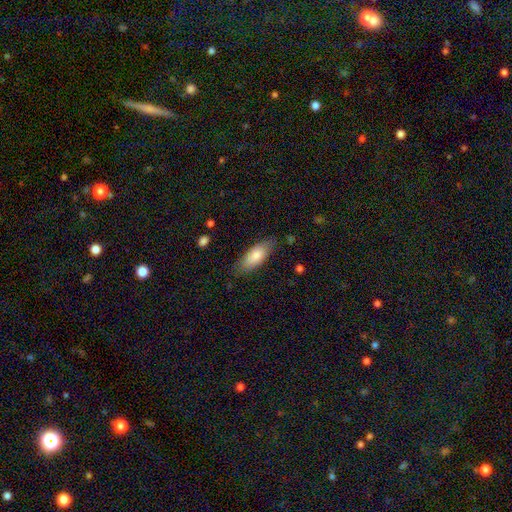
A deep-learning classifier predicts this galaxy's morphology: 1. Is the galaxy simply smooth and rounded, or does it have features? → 78% smooth, 16% featured or disk, 6% star or artifact.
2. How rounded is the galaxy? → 78% in between, 20% cigar-shaped, 2% round.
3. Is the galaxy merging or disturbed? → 78% none, 17% minor disturbance, 4% major disturbance, 1% merger.